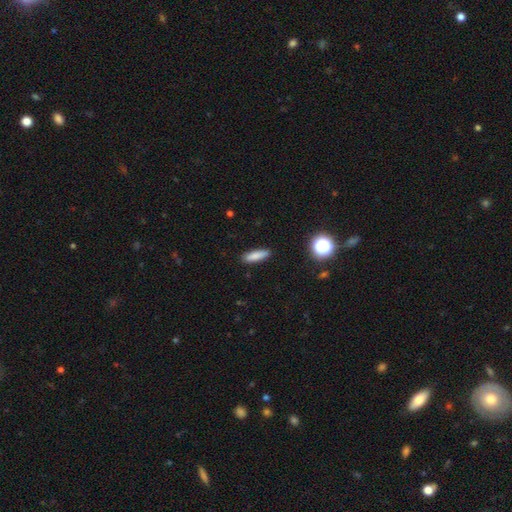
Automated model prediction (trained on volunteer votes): smooth_or_featured: smooth (p=0.83) [alt: star or artifact p=0.09]
how_rounded: cigar-shaped (p=0.69) [alt: in between p=0.29]
merging: none (p=0.89) [alt: minor disturbance p=0.08]